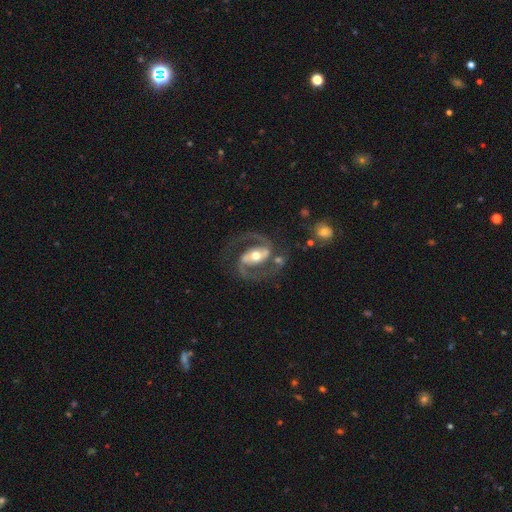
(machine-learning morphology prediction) A featured or disk galaxy (92%) with a strong bar (49%), 2 (93%) medium (66%) spiral arms (97%) and a moderate central bulge (69%). Merging: none (73%).